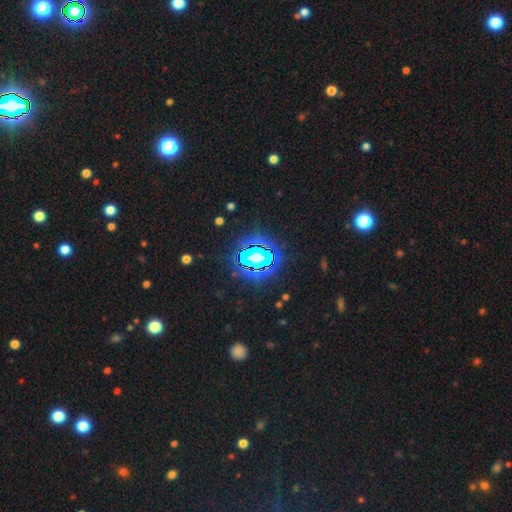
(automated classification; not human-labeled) Smooth or featured? Predicted: star or artifact (p=0.83).